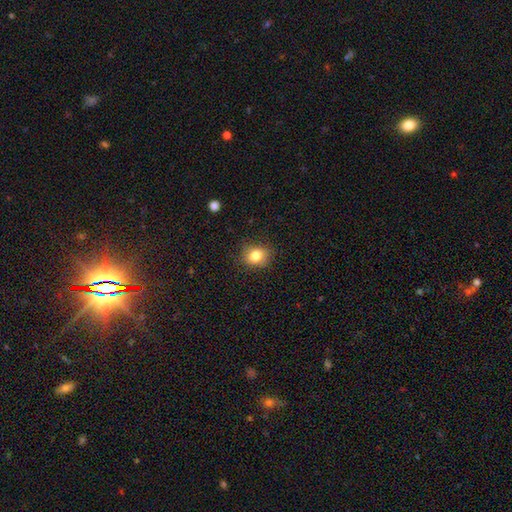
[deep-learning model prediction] A smooth galaxy with no disk features (82%) that is round (67%).

Vote fractions:
- Smooth or featured? smooth: 82% / star or artifact: 11% / featured or disk: 7%
- How rounded? round: 67% / in between: 32% / cigar-shaped: 1%
- Merging? none: 86% / minor disturbance: 10% / major disturbance: 3% / merger: 1%